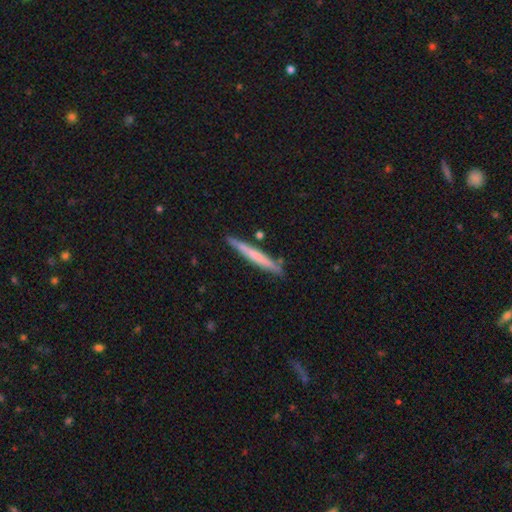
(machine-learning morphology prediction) This appears to be a smooth galaxy with no disk features (56%) that is cigar-shaped (97%). Merging: none (85%).